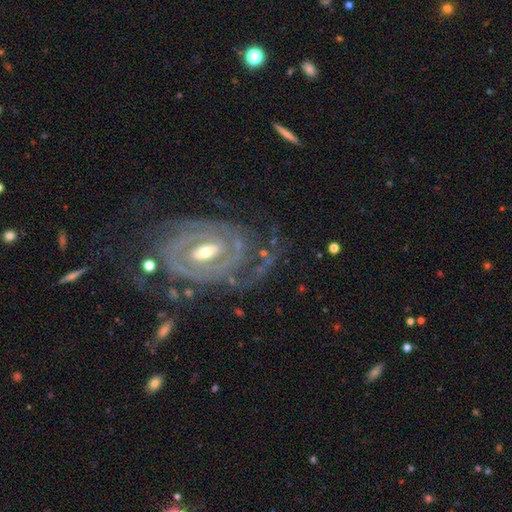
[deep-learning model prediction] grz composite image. It shows a featured or disk galaxy (86%) with a weak bar (40%), 2 (34%) tight (70%) spiral arms (93%) and a moderate central bulge (59%). Merging: none (66%).